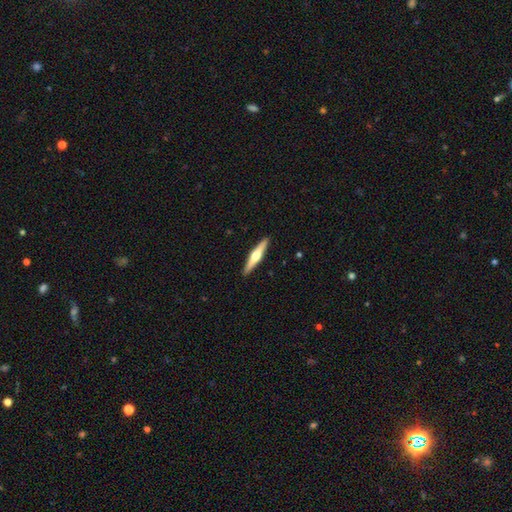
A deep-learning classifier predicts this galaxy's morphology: Smooth or featured? Predicted: featured or disk (p=0.63). Edge-on disk? Predicted: yes (p=0.97). Edge-on bulge? Predicted: rounded (p=0.94). Merging? Predicted: none (p=0.92).